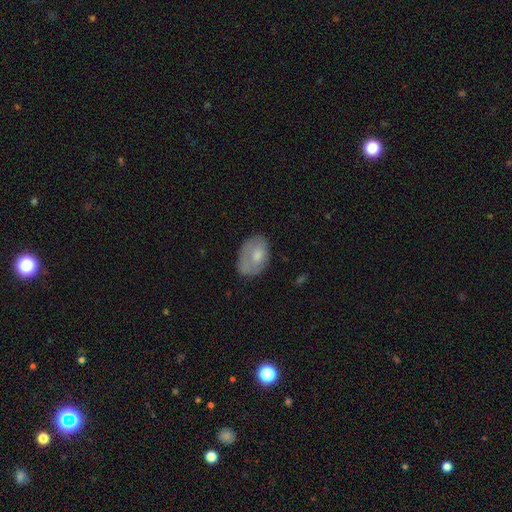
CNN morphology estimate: A smooth galaxy with no disk features (66%) that is in between round and cigar-shaped (85%). Merging: none (55%).